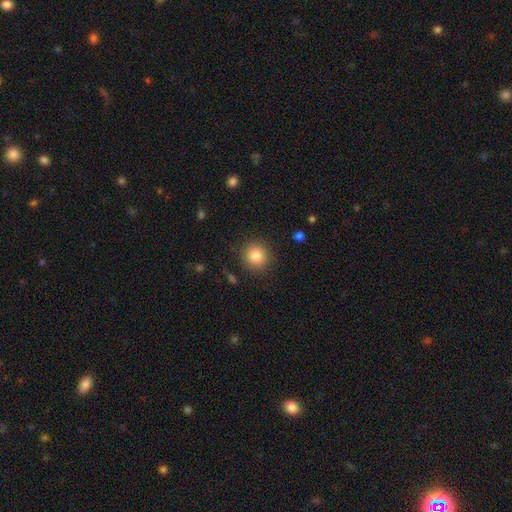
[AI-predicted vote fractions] A smooth galaxy with no disk features (83%) that is round (92%). Merging: none (89%).